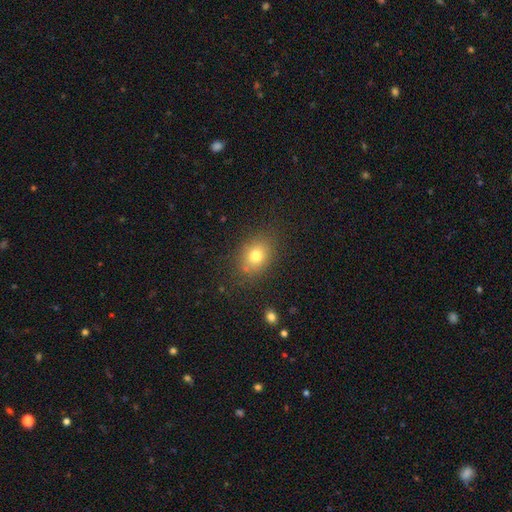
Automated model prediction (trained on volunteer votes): A smooth galaxy with no disk features (76%) that is in between round and cigar-shaped (58%). Merging: none (81%).